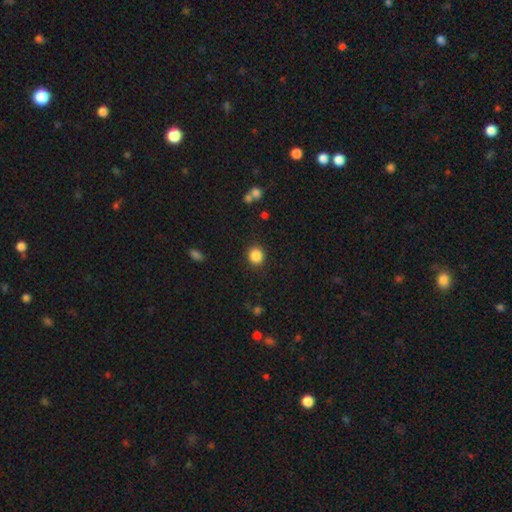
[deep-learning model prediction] Overall: smooth (87%). How rounded: round (82%). Merging: none (88%).